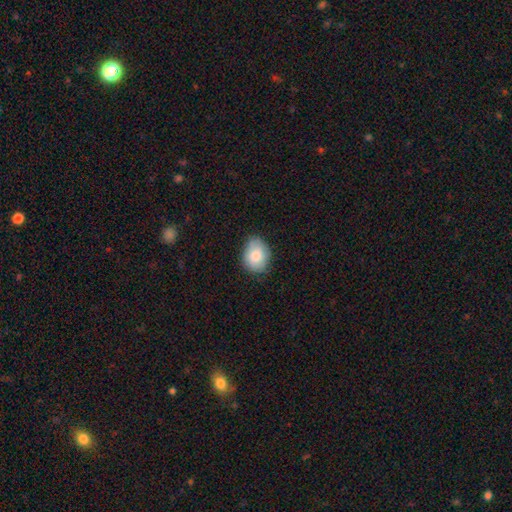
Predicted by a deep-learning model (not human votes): Smooth or featured?
  - smooth: 81% *
  - featured or disk: 12%
  - star or artifact: 7%
How rounded?
  - in between: 62% *
  - round: 38%
  - cigar-shaped: 1%
Merging?
  - none: 74% *
  - minor disturbance: 21%
  - major disturbance: 4%
  - merger: 1%